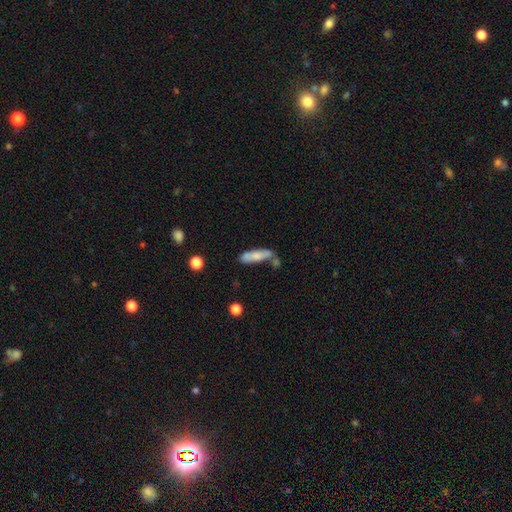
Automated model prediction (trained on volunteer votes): smooth-or-featured: smooth: 71% | featured or disk: 23% | star or artifact: 7%
  how-rounded: cigar-shaped: 66% | in between: 32% | round: 2%
  merging: none: 53% | minor disturbance: 20% | merger: 20% | major disturbance: 7%